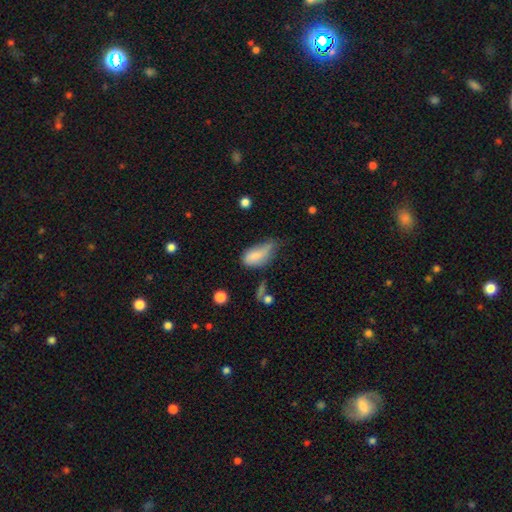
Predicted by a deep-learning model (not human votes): This is likely a smooth galaxy (77%). How rounded: clearly in between (88%). Merging: marginally minor disturbance (44%).